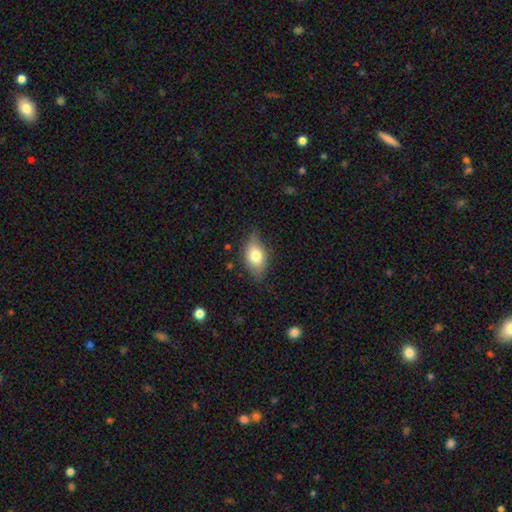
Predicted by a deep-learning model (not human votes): Overall: smooth (72%). How rounded: in between (87%). Merging: none (72%).